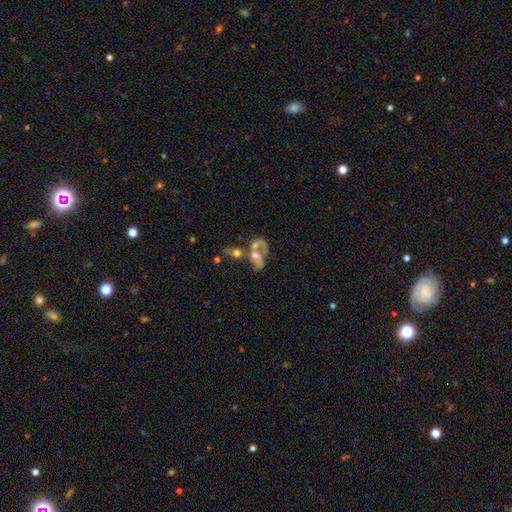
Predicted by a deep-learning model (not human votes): A featured or disk galaxy (59%) with no bar (76%), no spiral arms (54%) and a moderate central bulge (49%).

Vote fractions:
- Smooth or featured? featured or disk: 59% / smooth: 29% / star or artifact: 12%
- Edge-on disk? no: 96% / yes: 4%
- Bar? no: 76% / weak: 18% / strong: 6%
- Spiral arms? no: 54% / yes: 46%
- Bulge size? moderate: 49% / small: 19% / none: 15% / large: 14% / dominant: 3%
- Merging? merger: 58% / major disturbance: 18% / none: 15% / minor disturbance: 8%